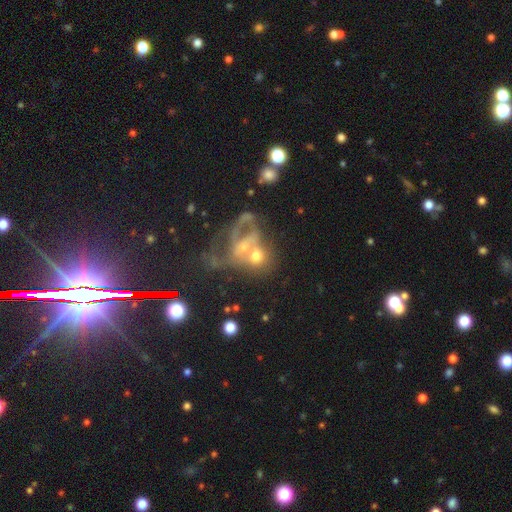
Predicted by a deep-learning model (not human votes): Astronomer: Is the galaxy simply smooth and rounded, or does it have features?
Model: featured or disk — 55%.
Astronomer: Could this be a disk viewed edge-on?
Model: no — 97%.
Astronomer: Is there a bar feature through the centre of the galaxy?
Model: no — 77%.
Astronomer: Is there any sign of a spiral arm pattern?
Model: no — 59% (runner-up: yes, 41%).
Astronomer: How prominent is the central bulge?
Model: moderate — 42% (runner-up: small, 37%).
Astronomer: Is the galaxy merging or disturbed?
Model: merger — 56%.